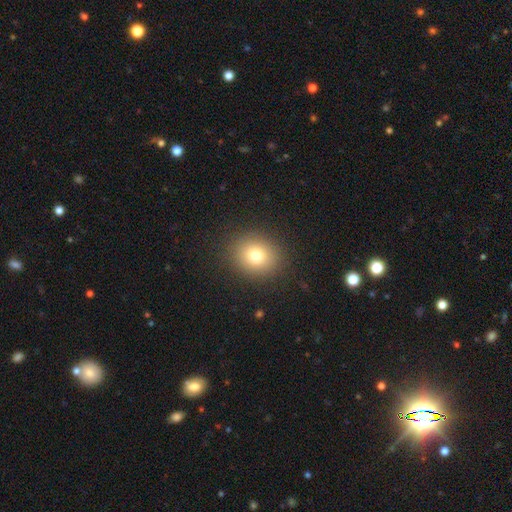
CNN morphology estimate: A smooth galaxy with no disk features (78%) that is round (72%). Merging: none (89%).